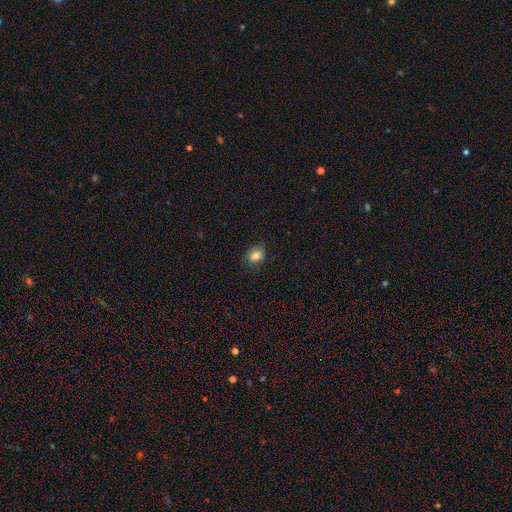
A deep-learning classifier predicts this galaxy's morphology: Smooth or featured: smooth — 82% (star or artifact — 10%)
How rounded: round — 51% (in between — 48%)
Merging: none — 77% (minor disturbance — 18%)